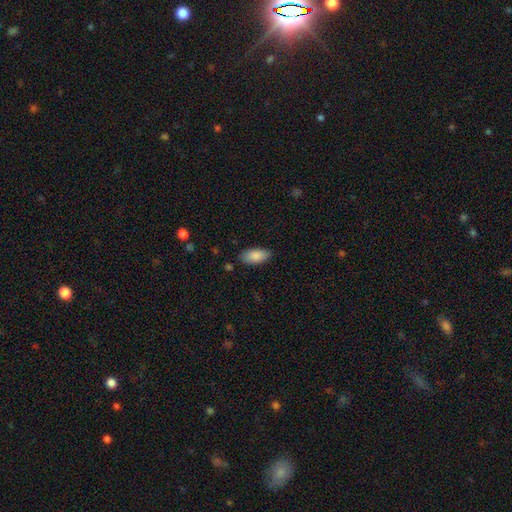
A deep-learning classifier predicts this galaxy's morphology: A smooth galaxy with no disk features (88%) that is in between round and cigar-shaped (91%).

Vote fractions:
- Smooth or featured? smooth: 88% / star or artifact: 6% / featured or disk: 6%
- How rounded? in between: 91% / cigar-shaped: 7% / round: 2%
- Merging? none: 83% / minor disturbance: 13% / major disturbance: 3% / merger: 2%